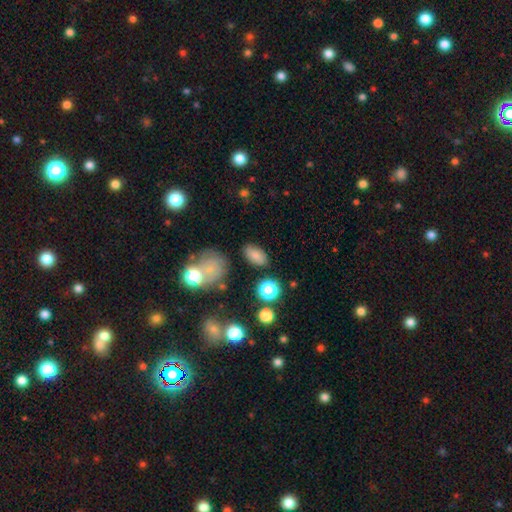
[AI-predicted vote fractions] smooth_or_featured: smooth (p=0.79) [alt: star or artifact p=0.13]
how_rounded: in between (p=0.90) [alt: round p=0.08]
merging: none (p=0.80) [alt: minor disturbance p=0.13]